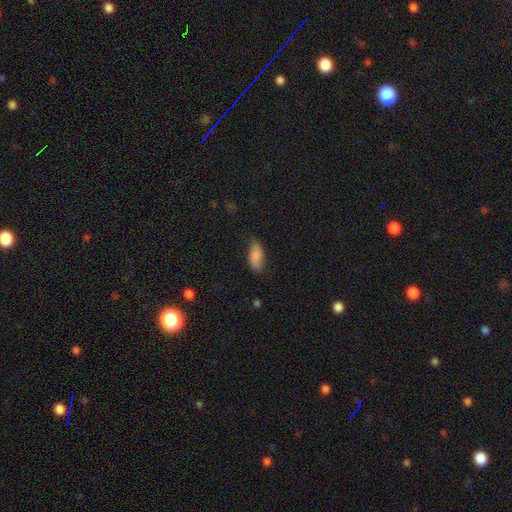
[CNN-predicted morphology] smooth-or-featured: smooth: 84% | featured or disk: 9% | star or artifact: 7%
  how-rounded: in between: 90% | cigar-shaped: 8% | round: 3%
  merging: none: 65% | minor disturbance: 27% | major disturbance: 6% | merger: 2%